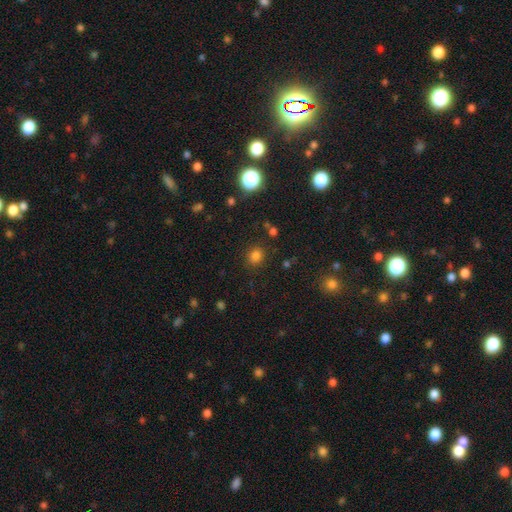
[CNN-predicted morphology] This appears to be a smooth galaxy with no disk features (77%) that is round (75%). Merging: none (85%).